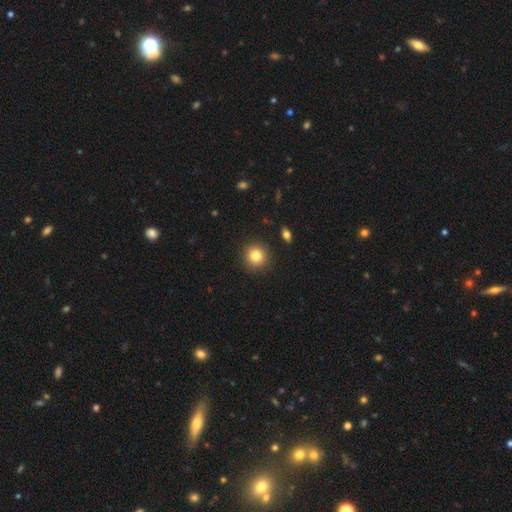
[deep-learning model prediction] Morphology: type=smooth (82%); roundness=round (93%); merging=none (92%).